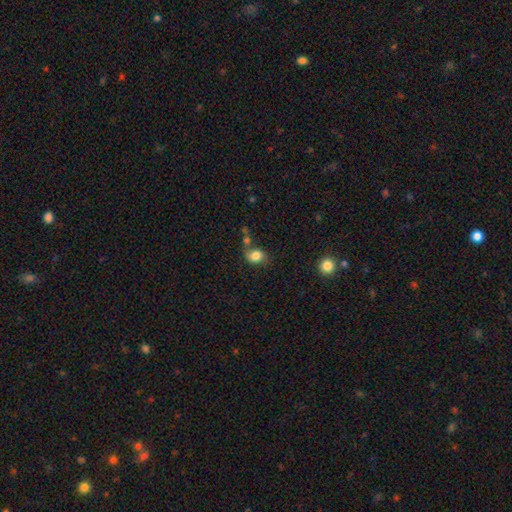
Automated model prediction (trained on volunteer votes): Smooth or featured? Predicted: smooth (p=0.78). How rounded? Predicted: in between (p=0.56). Merging? Predicted: none (p=0.52).